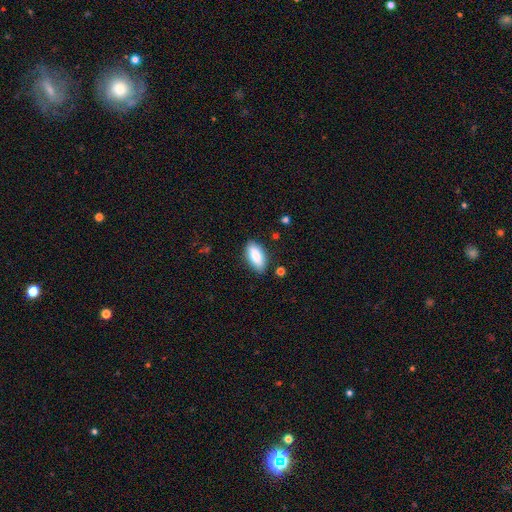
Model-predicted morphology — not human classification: A smooth galaxy with no disk features (85%) that is in between round and cigar-shaped (87%). Merging: none (84%).